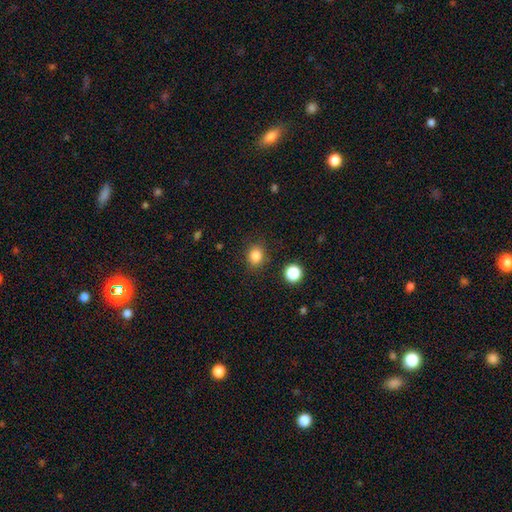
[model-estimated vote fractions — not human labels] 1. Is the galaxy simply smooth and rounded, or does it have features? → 84% smooth, 12% star or artifact, 4% featured or disk.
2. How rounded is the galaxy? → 68% round, 31% in between, 1% cigar-shaped.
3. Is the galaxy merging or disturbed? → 84% none, 10% minor disturbance, 4% major disturbance, 2% merger.